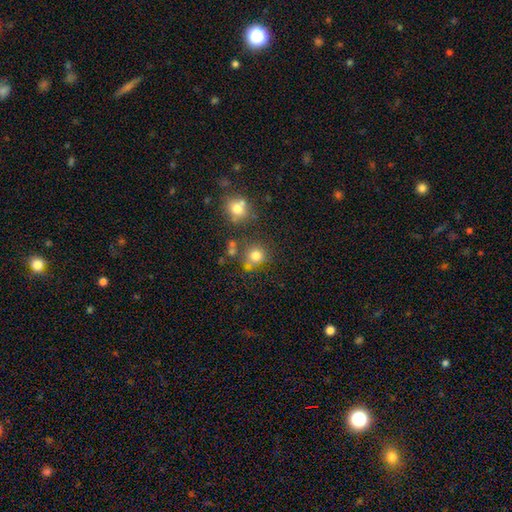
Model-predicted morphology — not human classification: The model was most divided on "merging": none: 65%, minor disturbance: 15%, merger: 13%, major disturbance: 6%. More confident: how rounded — round (85%); smooth or featured — smooth (77%).